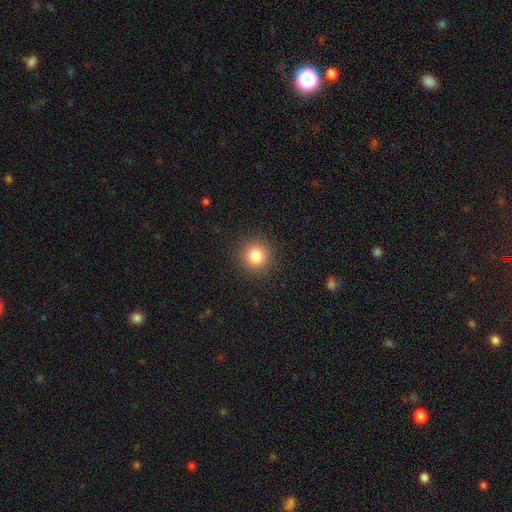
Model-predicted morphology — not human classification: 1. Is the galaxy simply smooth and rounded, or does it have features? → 82% smooth, 12% star or artifact, 6% featured or disk.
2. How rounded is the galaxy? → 94% round, 5% in between, 1% cigar-shaped.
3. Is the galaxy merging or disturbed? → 91% none, 6% minor disturbance, 2% major disturbance, 1% merger.